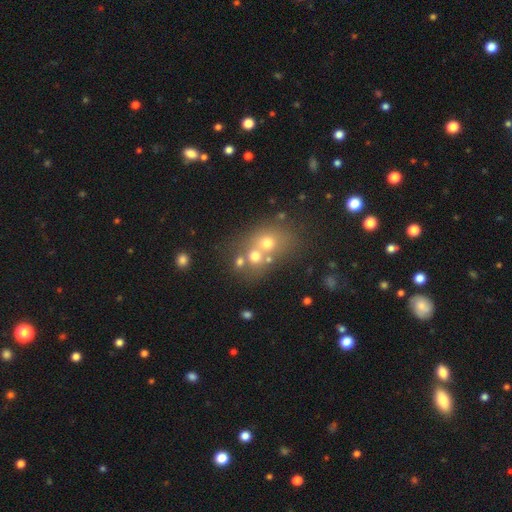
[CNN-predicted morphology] smooth 56%, featured or disk 23%, star or artifact 20%. Down the decision tree: how rounded — round (66%); merging — merger (48%).